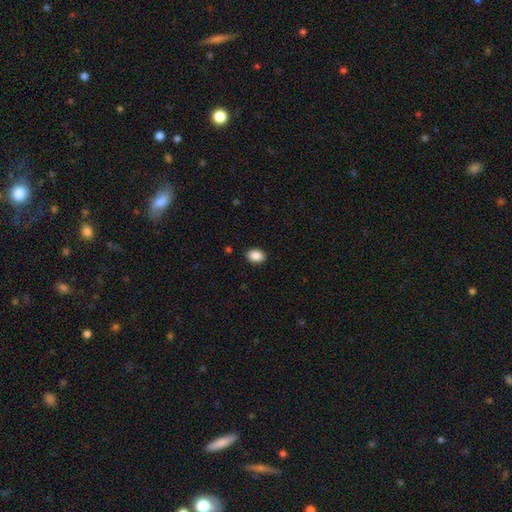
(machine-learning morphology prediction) Smooth or featured? Predicted: smooth (p=0.89). How rounded? Predicted: in between (p=0.76). Merging? Predicted: none (p=0.90).